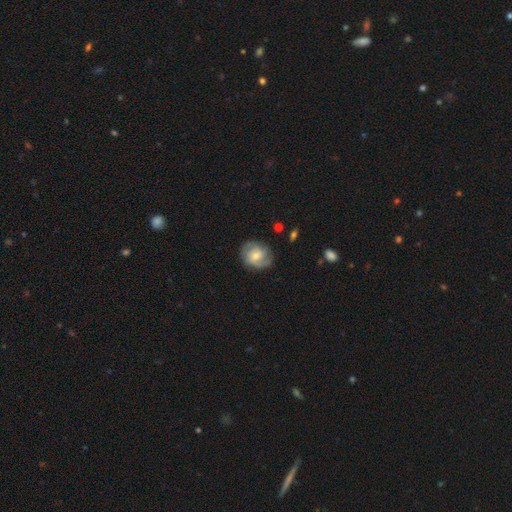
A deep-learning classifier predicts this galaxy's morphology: A featured or disk galaxy (70%) with no bar (57%), 2 (54%) tight (45%) spiral arms (93%) and a small central bulge (48%). Merging: none (78%).